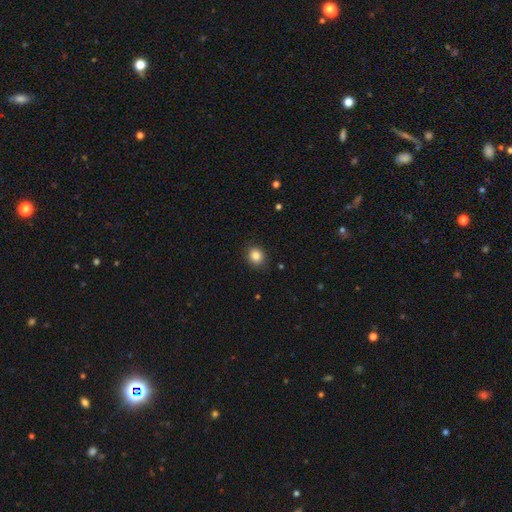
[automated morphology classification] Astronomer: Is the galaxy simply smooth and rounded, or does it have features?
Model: smooth — 85%.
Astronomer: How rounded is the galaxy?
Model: round — 74%.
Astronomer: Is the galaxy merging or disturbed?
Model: none — 88%.